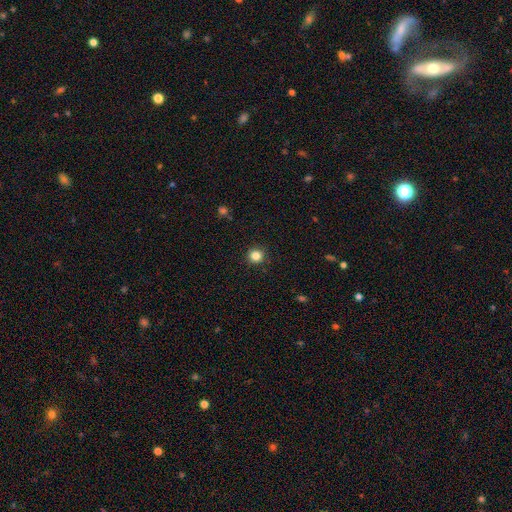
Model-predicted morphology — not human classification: A smooth galaxy with no disk features (84%) that is round (94%).

Vote fractions:
- Smooth or featured? smooth: 84% / star or artifact: 12% / featured or disk: 4%
- How rounded? round: 94% / in between: 5% / cigar-shaped: 1%
- Merging? none: 92% / minor disturbance: 5% / major disturbance: 2% / merger: 1%